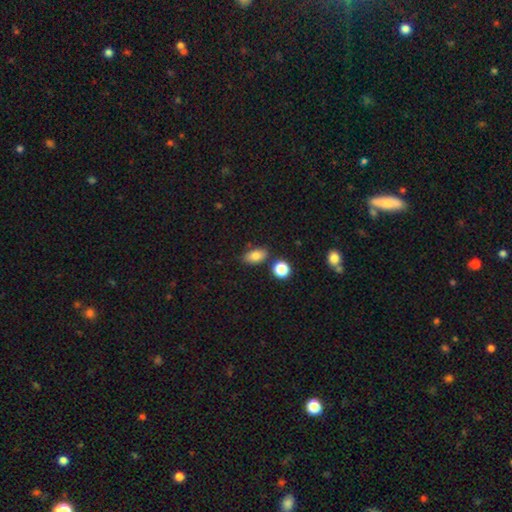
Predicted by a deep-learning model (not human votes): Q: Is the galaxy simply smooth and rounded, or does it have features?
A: smooth — 81%.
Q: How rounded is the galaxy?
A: in between — 86%.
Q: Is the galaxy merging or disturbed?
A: none — 79%.